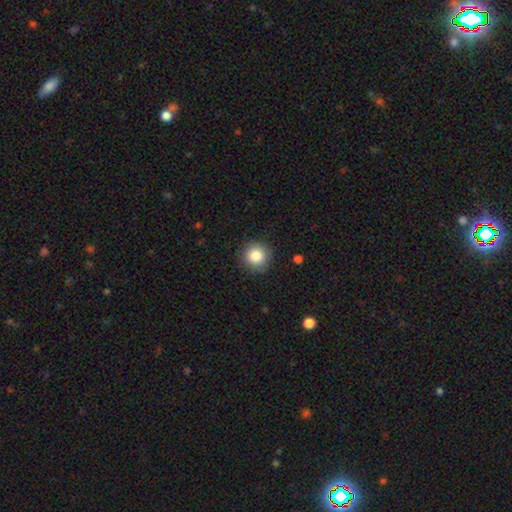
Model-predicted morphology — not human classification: Q: Smooth or featured?
A: smooth (85%); runner-up: star or artifact (9%)
Q: How rounded?
A: round (94%); runner-up: in between (5%)
Q: Merging?
A: none (90%); runner-up: minor disturbance (7%)